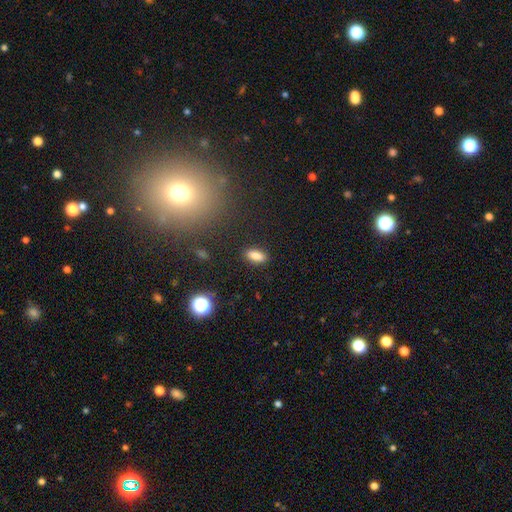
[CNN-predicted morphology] smooth 84%, star or artifact 10%, featured or disk 6%. Down the decision tree: how rounded — in between (83%); merging — none (87%).